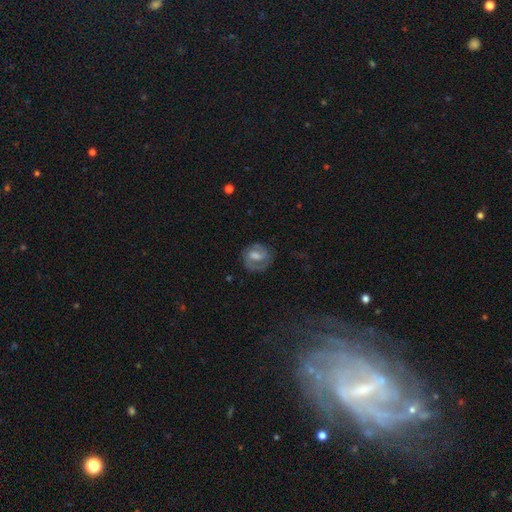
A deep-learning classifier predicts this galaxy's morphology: A featured or disk galaxy (60%) with a weak bar (49%), spiral arms (82%) and a moderate central bulge (44%).

Vote fractions:
- Smooth or featured? featured or disk: 60% / smooth: 33% / star or artifact: 7%
- Edge-on disk? no: 97% / yes: 3%
- Bar? weak: 49% / no: 27% / strong: 24%
- Spiral arms? yes: 82% / no: 18%
- Bulge size? moderate: 44% / small: 23% / large: 18% / none: 14% / dominant: 2%
- Merging? none: 69% / minor disturbance: 19% / major disturbance: 11% / merger: 2%